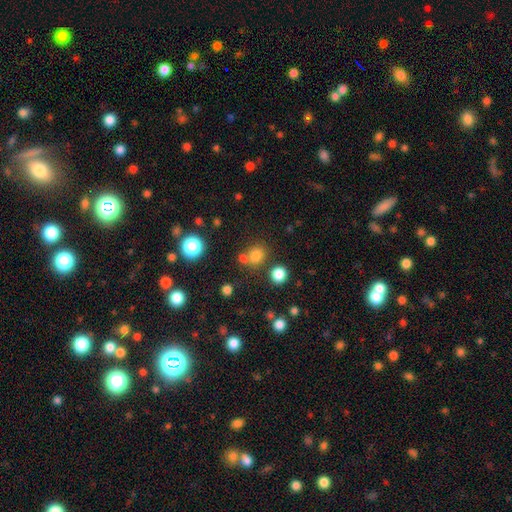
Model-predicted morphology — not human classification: Smooth or featured: smooth — 76% (star or artifact — 17%)
How rounded: round — 78% (in between — 21%)
Merging: none — 63% (merger — 22%)